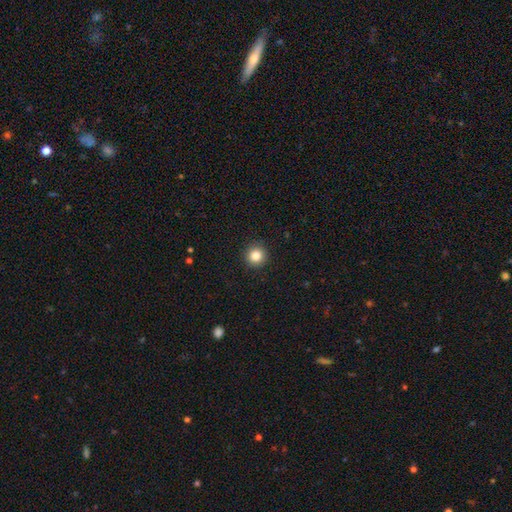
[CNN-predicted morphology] Smooth or featured? Predicted: smooth (p=0.85). How rounded? Predicted: round (p=0.95). Merging? Predicted: none (p=0.92).